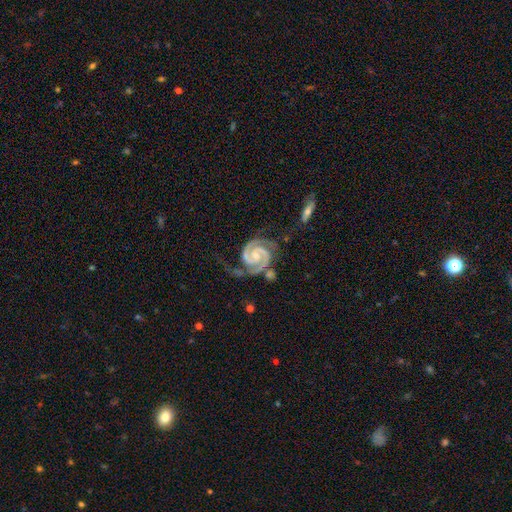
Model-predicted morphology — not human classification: This is clearly a featured or disk galaxy (94%). It is clearly not viewed edge-on (98%). Bar: possibly no (53%). Spiral arm pattern: clearly yes (99%). Spiral arm count: clearly 2 (91%). Spiral winding: likely tight (66%). Central bulge: possibly small (55%). Merging: possibly none (58%).